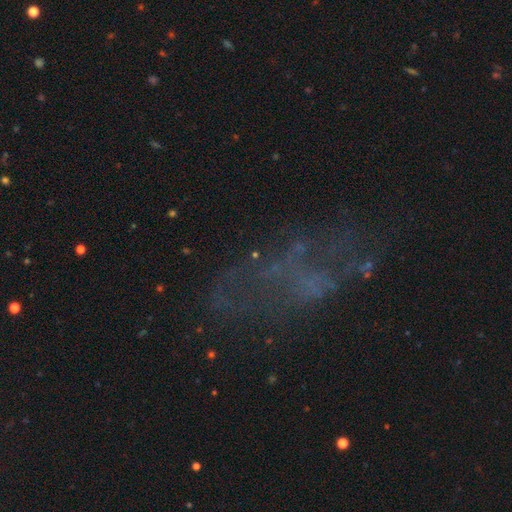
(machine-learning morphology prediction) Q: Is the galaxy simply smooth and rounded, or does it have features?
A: star or artifact — 43%.